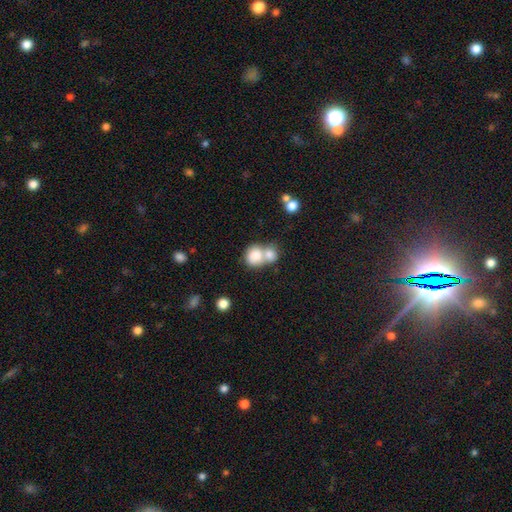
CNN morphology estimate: smooth-or-featured: smooth: 79% | featured or disk: 12% | star or artifact: 8%
  how-rounded: round: 71% | in between: 28% | cigar-shaped: 1%
  merging: merger: 65% | none: 25% | minor disturbance: 6% | major disturbance: 3%